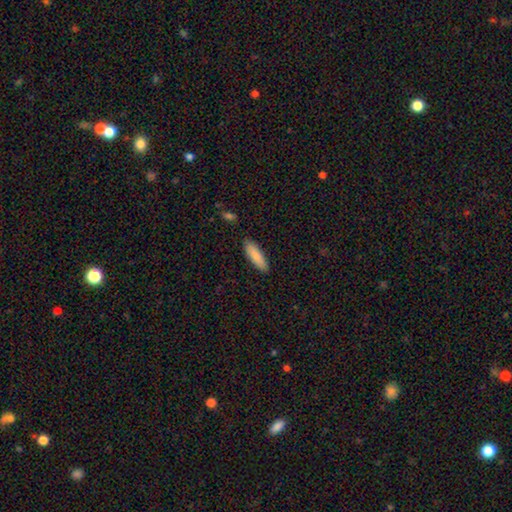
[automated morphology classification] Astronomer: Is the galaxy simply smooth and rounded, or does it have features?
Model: smooth — 85%.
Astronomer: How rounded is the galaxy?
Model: cigar-shaped — 55% (runner-up: in between, 44%).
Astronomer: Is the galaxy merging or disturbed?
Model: none — 88%.